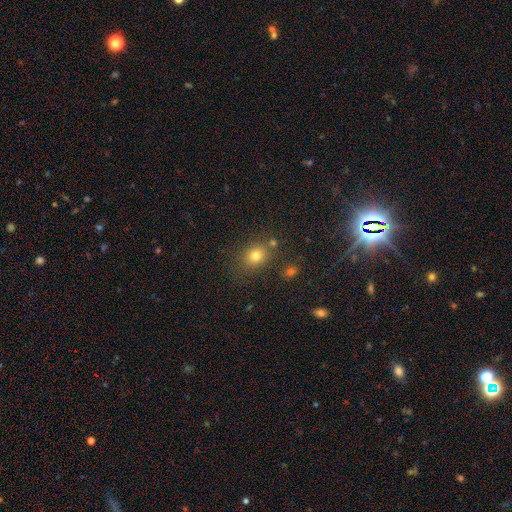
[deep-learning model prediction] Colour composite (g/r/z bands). It shows a smooth galaxy with no disk features (76%) that is round (62%). Merging: none (73%).